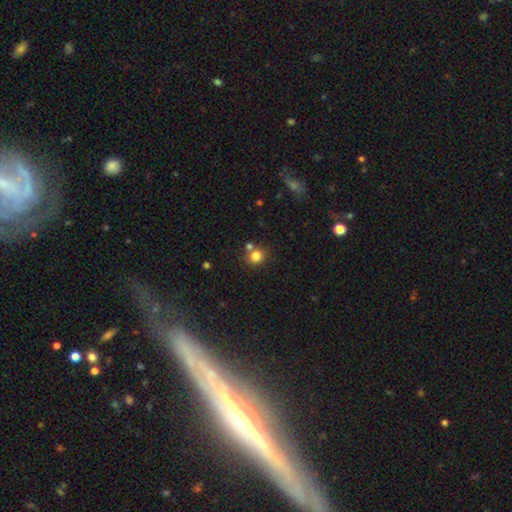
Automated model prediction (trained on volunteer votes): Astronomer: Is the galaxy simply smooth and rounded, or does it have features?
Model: smooth — 81%.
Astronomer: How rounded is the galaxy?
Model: round — 88%.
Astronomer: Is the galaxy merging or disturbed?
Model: none — 67%.